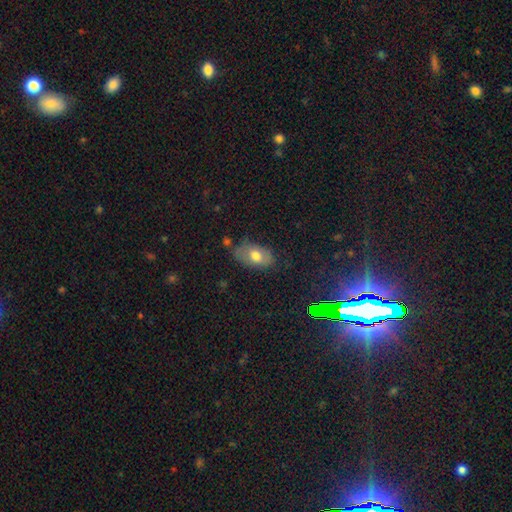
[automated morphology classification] smooth-or-featured: smooth: 67% | featured or disk: 21% | star or artifact: 12%
  how-rounded: in between: 89% | round: 9% | cigar-shaped: 2%
  merging: none: 71% | minor disturbance: 22% | major disturbance: 5% | merger: 3%